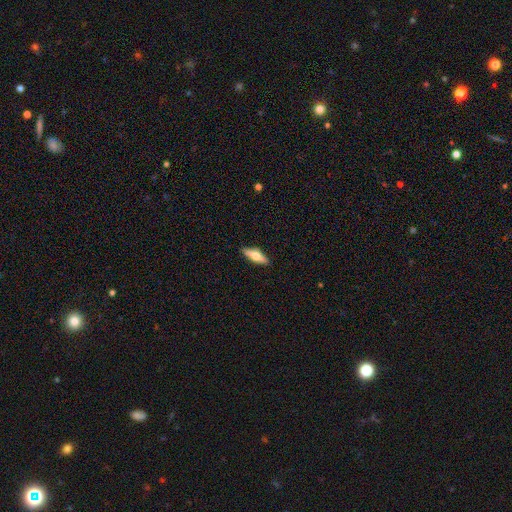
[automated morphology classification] This appears to be a smooth galaxy with no disk features (50%). Merging: none (88%).